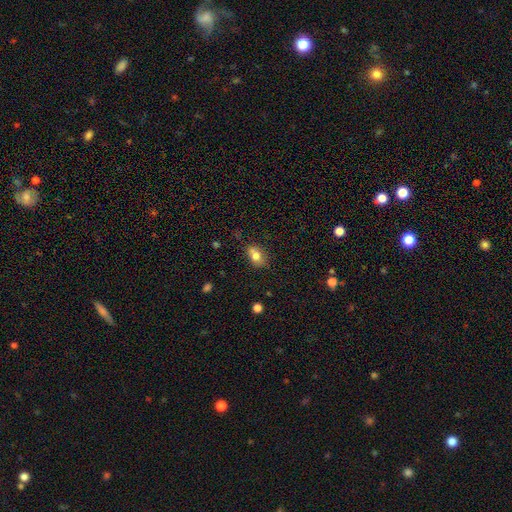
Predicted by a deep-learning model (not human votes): smooth-or-featured: smooth: 76% | featured or disk: 15% | star or artifact: 10%
  how-rounded: in between: 72% | round: 25% | cigar-shaped: 2%
  merging: none: 60% | minor disturbance: 21% | merger: 15% | major disturbance: 5%